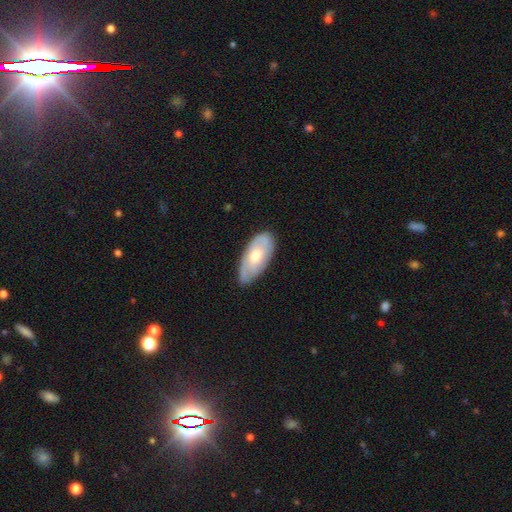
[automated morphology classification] A featured or disk galaxy (54%).

Vote fractions:
- Smooth or featured? featured or disk: 54% / smooth: 39% / star or artifact: 7%
- Edge-on disk? no: 84% / yes: 16%
- Merging? none: 79% / minor disturbance: 17% / major disturbance: 3% / merger: 1%